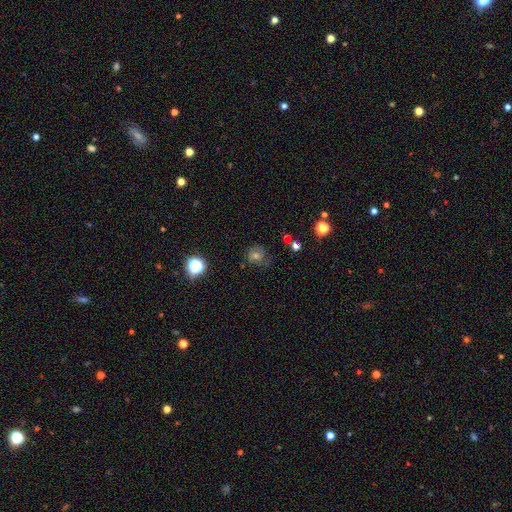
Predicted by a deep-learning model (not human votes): This is possibly a smooth galaxy (52%). How rounded: clearly round (84%). Merging: likely none (70%).